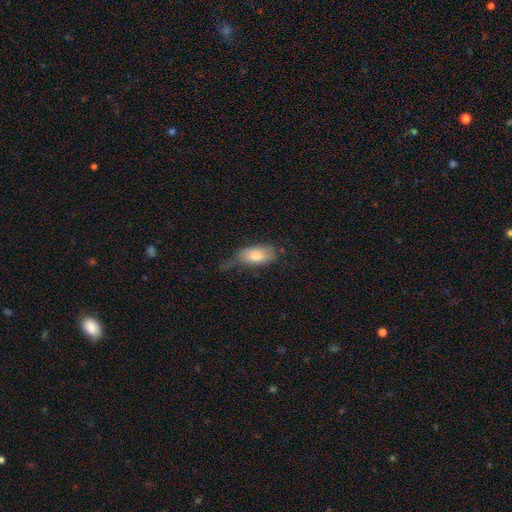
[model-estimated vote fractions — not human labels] A smooth galaxy with no disk features (77%) that is in between round and cigar-shaped (88%). Merging: minor disturbance (38%).